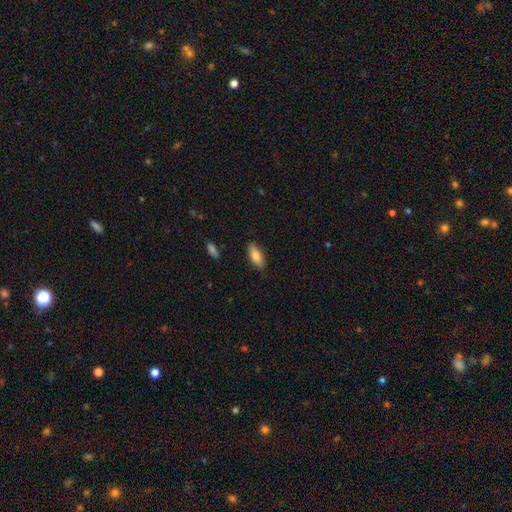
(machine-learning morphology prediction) This is likely a smooth galaxy (79%). How rounded: likely in between (77%). Merging: clearly none (82%).